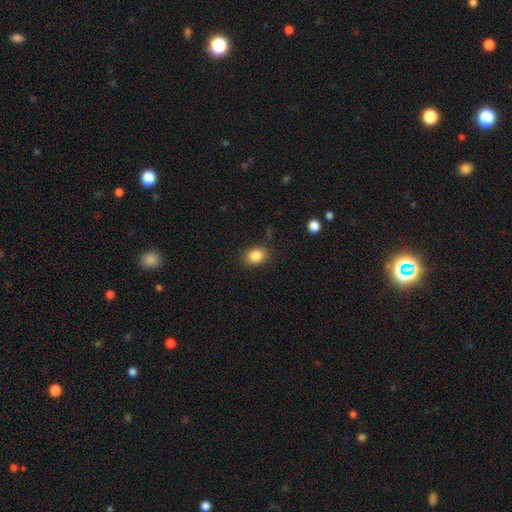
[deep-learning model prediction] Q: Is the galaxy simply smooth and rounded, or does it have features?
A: smooth — 86%.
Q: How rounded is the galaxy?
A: in between — 61%.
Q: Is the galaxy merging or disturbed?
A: none — 86%.